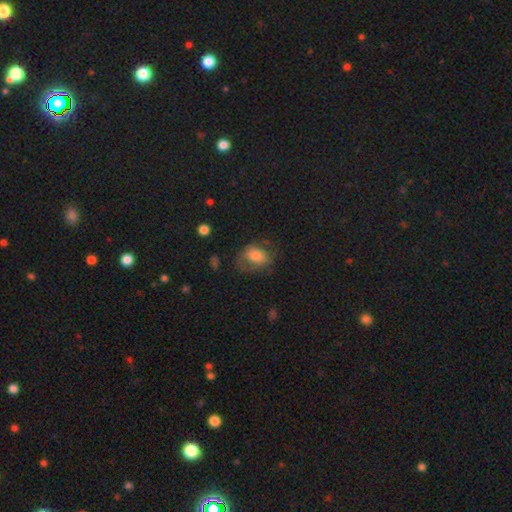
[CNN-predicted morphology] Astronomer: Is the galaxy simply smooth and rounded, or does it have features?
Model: smooth — 66%.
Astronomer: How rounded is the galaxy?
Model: in between — 65%.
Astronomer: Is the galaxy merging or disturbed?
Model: none — 42% (runner-up: major disturbance, 29%).